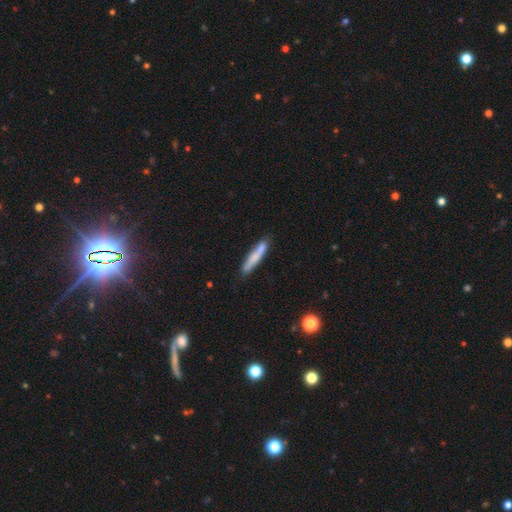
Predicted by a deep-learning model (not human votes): smooth_or_featured: smooth (p=0.71) [alt: featured or disk p=0.23]
how_rounded: cigar-shaped (p=0.92) [alt: in between p=0.06]
merging: none (p=0.78) [alt: minor disturbance p=0.15]